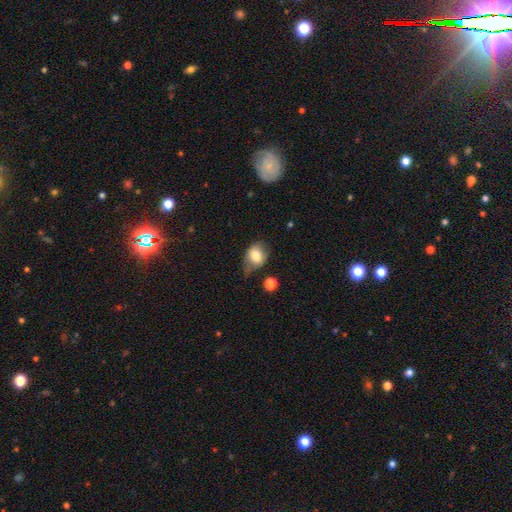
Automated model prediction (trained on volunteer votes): Smooth or featured: smooth — 75% (featured or disk — 16%)
How rounded: in between — 56% (round — 43%)
Merging: none — 42% (minor disturbance — 36%)